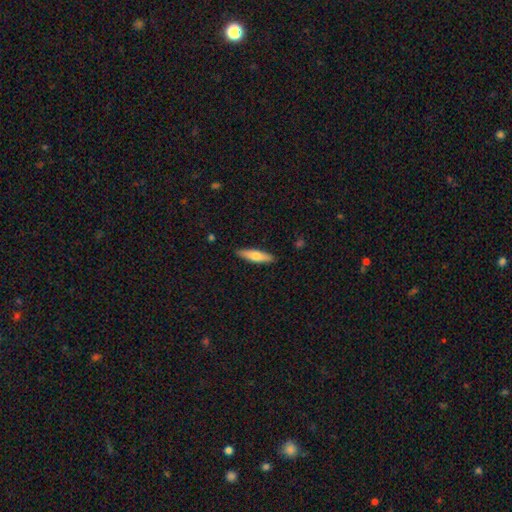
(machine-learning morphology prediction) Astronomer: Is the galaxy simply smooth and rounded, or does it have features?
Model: smooth — 65%.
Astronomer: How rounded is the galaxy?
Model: cigar-shaped — 74%.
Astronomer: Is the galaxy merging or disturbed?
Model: none — 89%.